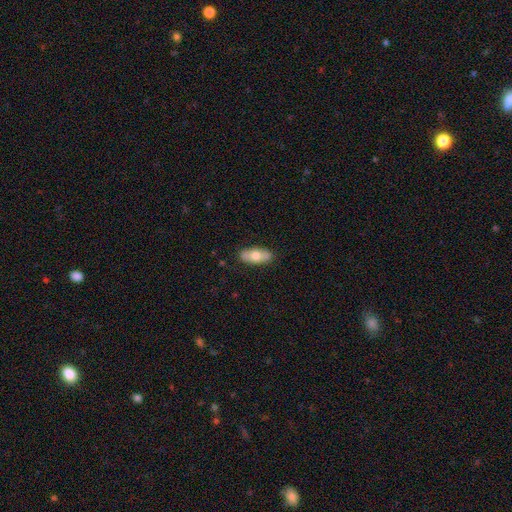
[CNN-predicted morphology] This is likely a smooth galaxy (68%). How rounded: clearly in between (85%). Merging: clearly none (86%).